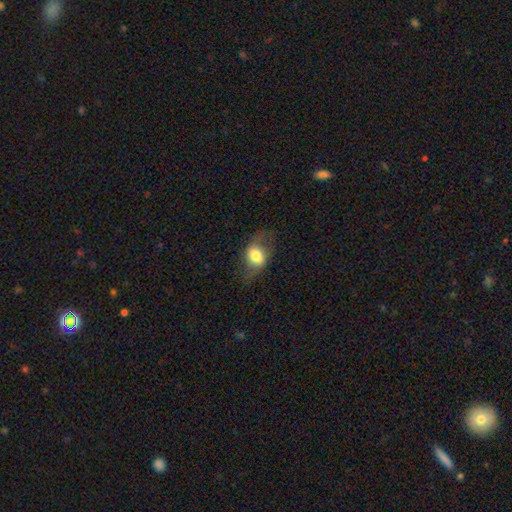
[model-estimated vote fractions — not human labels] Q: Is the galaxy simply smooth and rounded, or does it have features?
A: smooth — 58%.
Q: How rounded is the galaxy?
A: in between — 66%.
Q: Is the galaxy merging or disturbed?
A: none — 64%.